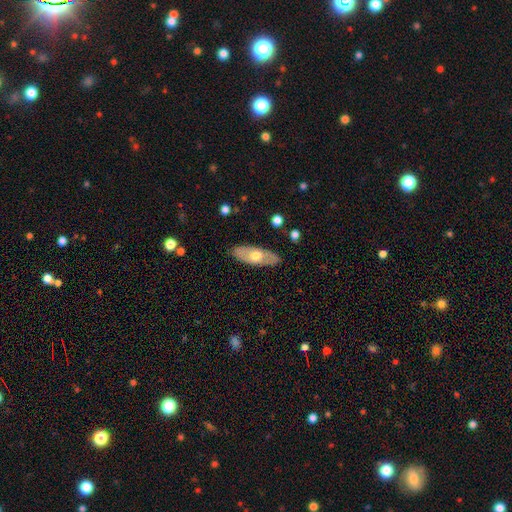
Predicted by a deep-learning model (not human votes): This appears to be a smooth galaxy with no disk features (51%) that is in between round and cigar-shaped (75%). Merging: none (85%).